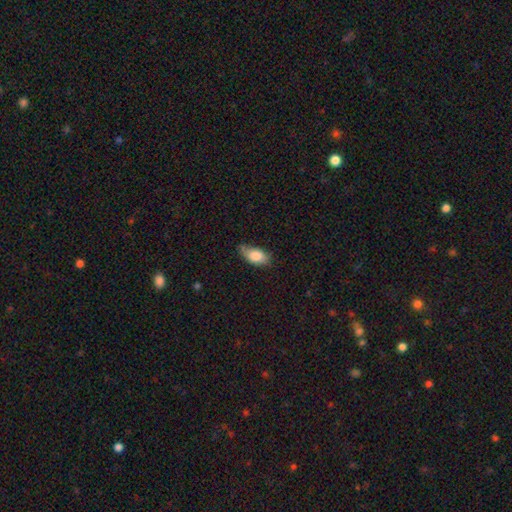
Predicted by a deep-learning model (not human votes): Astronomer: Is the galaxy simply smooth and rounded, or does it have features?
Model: smooth — 84%.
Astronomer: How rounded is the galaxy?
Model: in between — 92%.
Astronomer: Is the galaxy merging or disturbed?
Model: none — 56% (runner-up: minor disturbance, 35%).